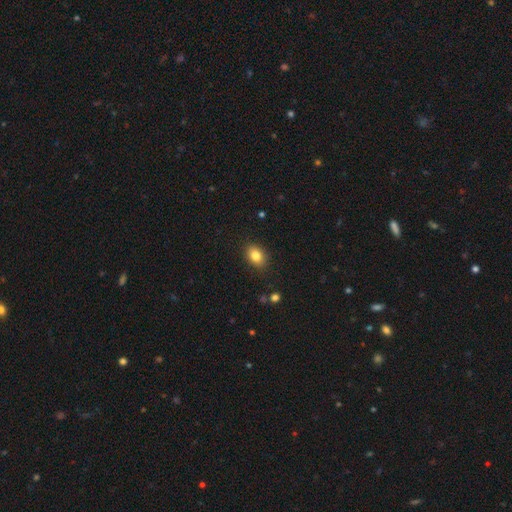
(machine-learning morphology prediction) Smooth or featured: smooth — 83% (star or artifact — 9%)
How rounded: in between — 76% (round — 22%)
Merging: none — 87% (minor disturbance — 9%)